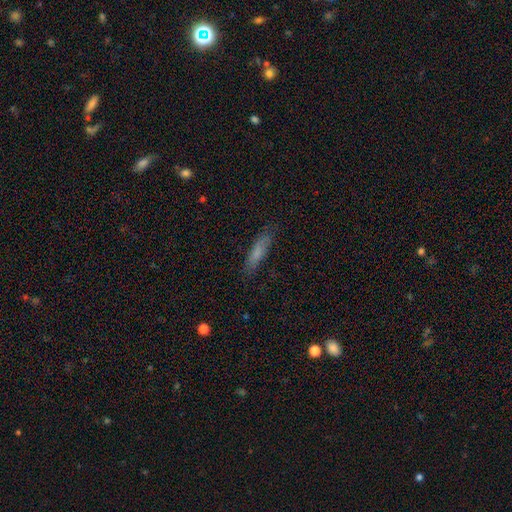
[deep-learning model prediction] smooth_or_featured: smooth (p=0.64) [alt: featured or disk p=0.25]
how_rounded: cigar-shaped (p=0.83) [alt: in between p=0.15]
merging: none (p=0.84) [alt: minor disturbance p=0.12]